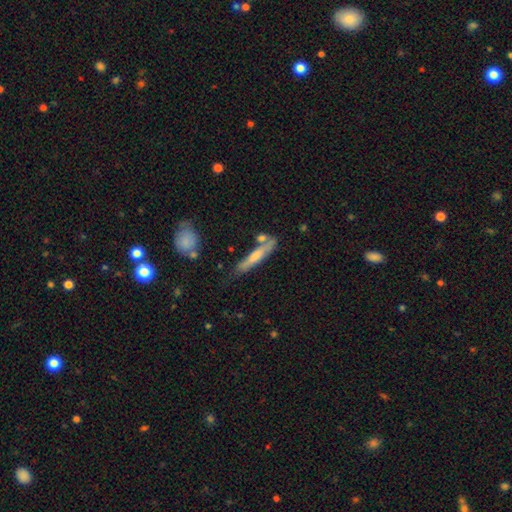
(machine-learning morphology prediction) This appears to be a smooth galaxy with no disk features (52%) that is cigar-shaped (90%). Merging: none (62%).